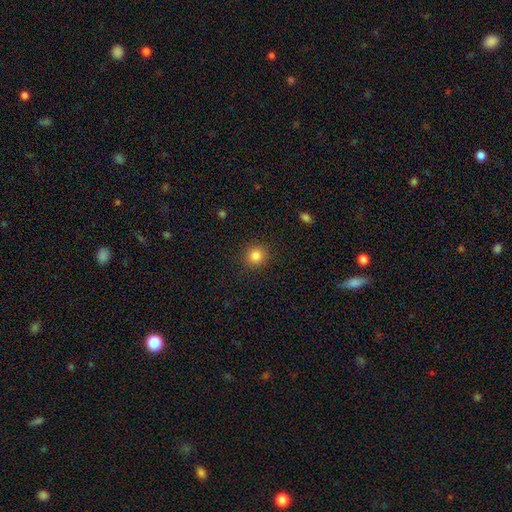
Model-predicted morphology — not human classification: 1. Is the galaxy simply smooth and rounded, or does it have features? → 84% smooth, 11% star or artifact, 5% featured or disk.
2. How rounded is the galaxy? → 89% round, 10% in between, 1% cigar-shaped.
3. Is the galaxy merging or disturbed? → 90% none, 7% minor disturbance, 2% major disturbance, 1% merger.